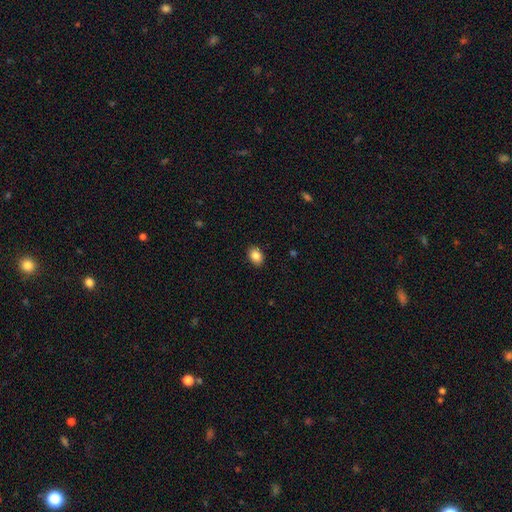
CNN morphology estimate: Overall: smooth (86%). How rounded: in between (70%). Merging: none (90%).